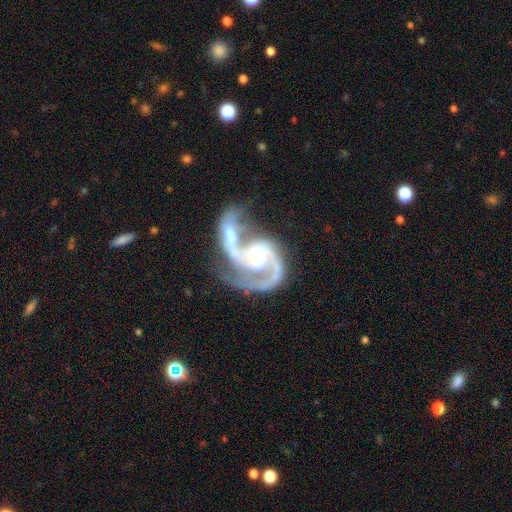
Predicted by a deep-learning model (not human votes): A featured or disk galaxy (92%) with no bar (55%), 2 (80%) medium (52%) spiral arms (97%) and a small central bulge (49%). Merging: merger (63%).